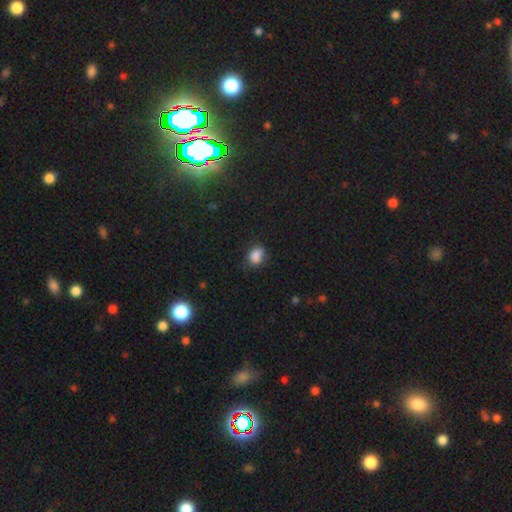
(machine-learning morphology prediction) This is clearly a smooth galaxy (85%). How rounded: possibly in between (59%). Merging: likely none (67%).